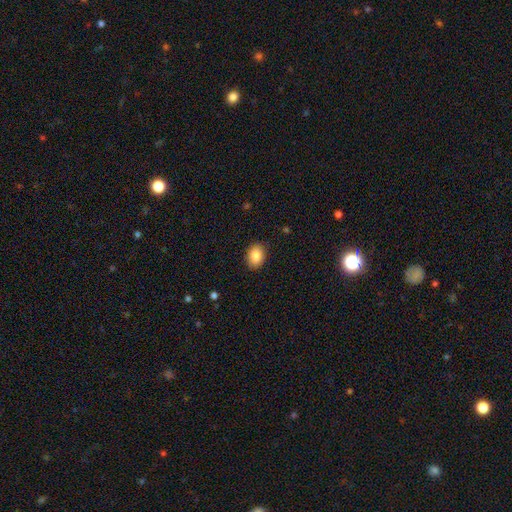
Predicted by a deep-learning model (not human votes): A smooth galaxy with no disk features (86%) that is in between round and cigar-shaped (72%). Merging: none (88%).